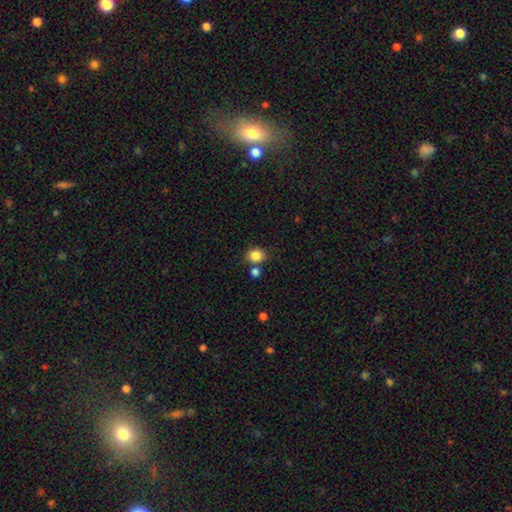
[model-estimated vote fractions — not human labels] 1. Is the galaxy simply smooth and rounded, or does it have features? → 85% smooth, 11% star or artifact, 5% featured or disk.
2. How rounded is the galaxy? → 78% round, 21% in between, 1% cigar-shaped.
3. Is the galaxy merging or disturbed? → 68% none, 17% merger, 11% minor disturbance, 4% major disturbance.